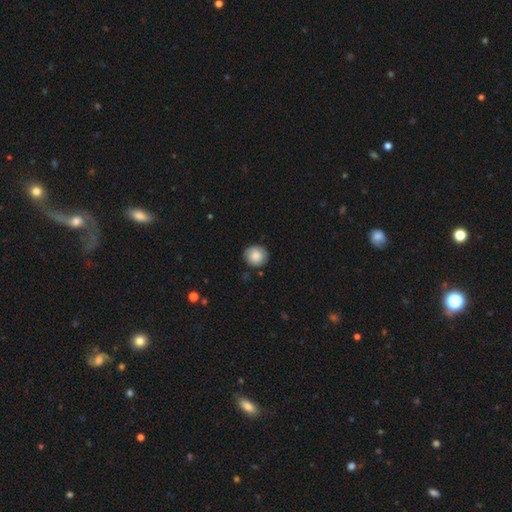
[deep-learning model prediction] Overall: smooth (84%). How rounded: round (88%). Merging: none (84%).